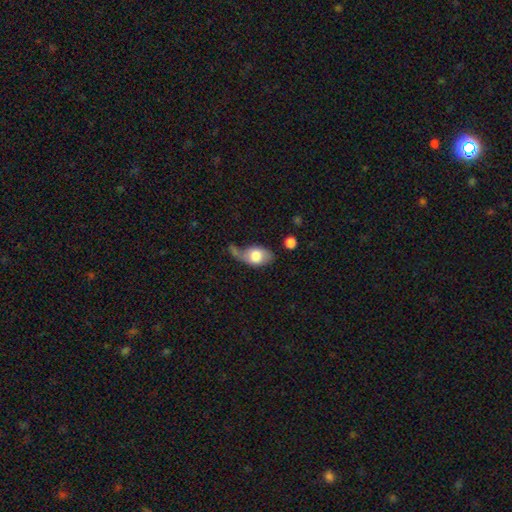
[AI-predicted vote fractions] smooth-or-featured: smooth: 69% | featured or disk: 25% | star or artifact: 7%
  how-rounded: in between: 85% | round: 13% | cigar-shaped: 2%
  merging: none: 31% | minor disturbance: 28% | major disturbance: 26% | merger: 15%